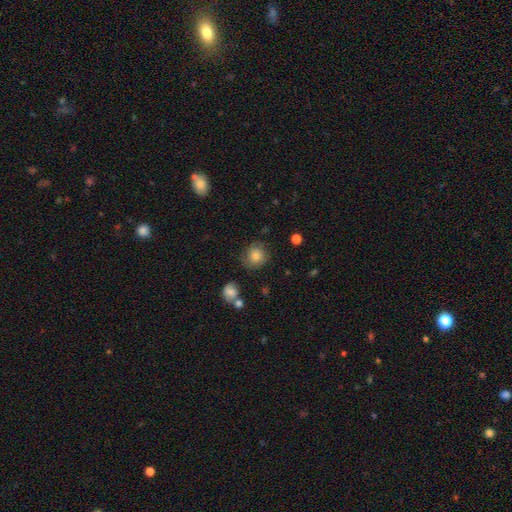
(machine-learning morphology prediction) Smooth or featured: smooth — 75% (featured or disk — 14%)
How rounded: round — 86% (in between — 13%)
Merging: none — 72% (minor disturbance — 19%)